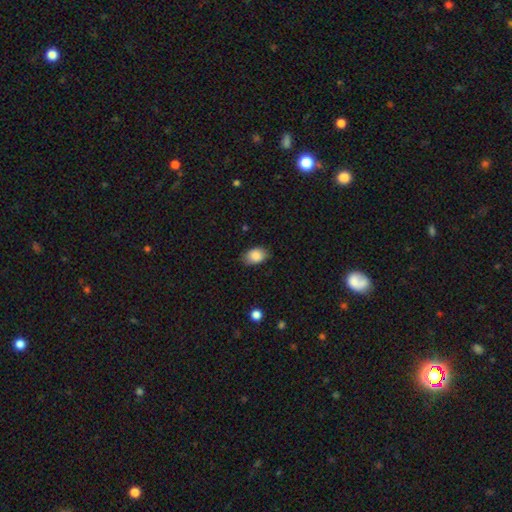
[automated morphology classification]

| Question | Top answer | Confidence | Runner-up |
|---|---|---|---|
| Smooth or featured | smooth | 87% | star or artifact (7%) |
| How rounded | in between | 84% | round (15%) |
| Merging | none | 80% | minor disturbance (16%) |